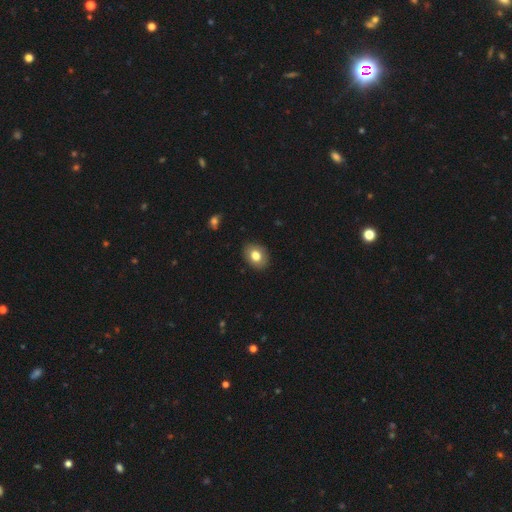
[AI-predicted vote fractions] The model was most divided on "how rounded": in between: 64%, round: 35%, cigar-shaped: 1%. More confident: merging — none (88%); smooth or featured — smooth (79%).